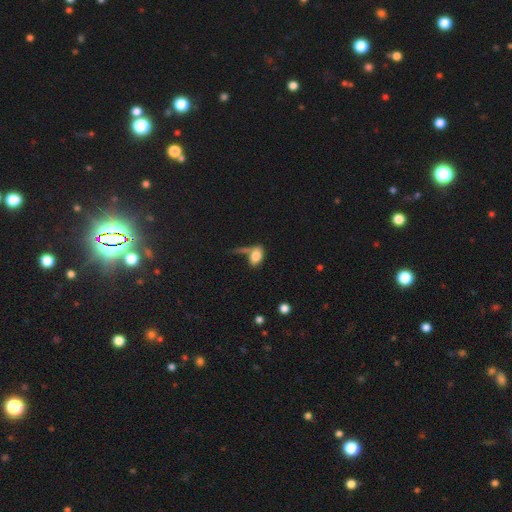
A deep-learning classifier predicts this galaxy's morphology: smooth_or_featured: smooth (p=0.80) [alt: featured or disk p=0.11]
how_rounded: in between (p=0.88) [alt: round p=0.08]
merging: none (p=0.42) [alt: merger p=0.27]